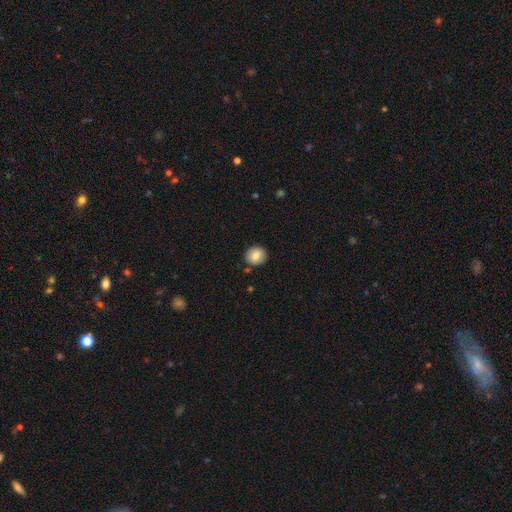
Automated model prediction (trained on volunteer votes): Overall: smooth (78%). How rounded: round (88%). Merging: none (87%).